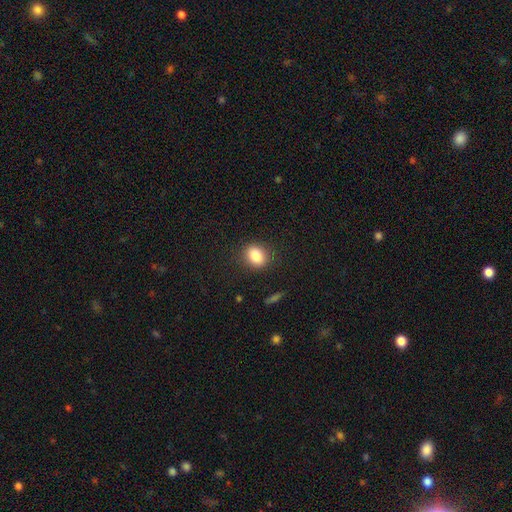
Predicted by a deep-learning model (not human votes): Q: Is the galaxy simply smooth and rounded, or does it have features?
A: smooth — 85%.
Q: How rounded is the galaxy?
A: in between — 54%.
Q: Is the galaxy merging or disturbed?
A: none — 86%.